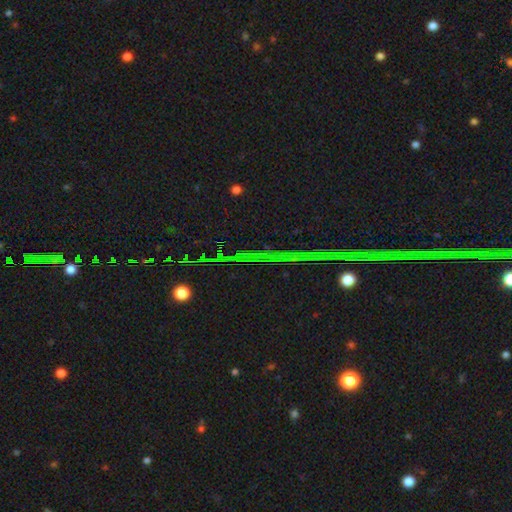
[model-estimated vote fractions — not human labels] star or artifact 87%, featured or disk 7%, smooth 6%.